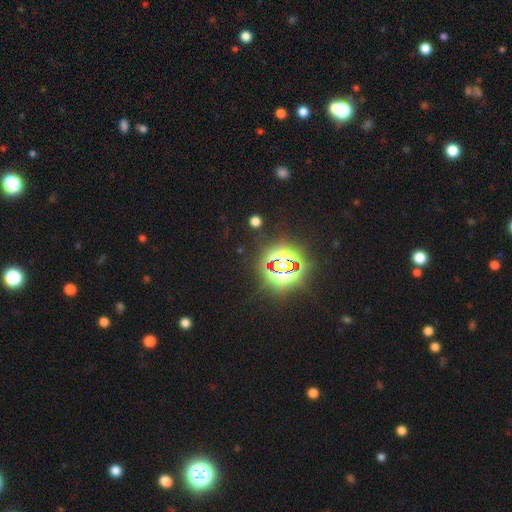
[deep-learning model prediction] Smooth or featured: star or artifact — 80% (smooth — 12%)